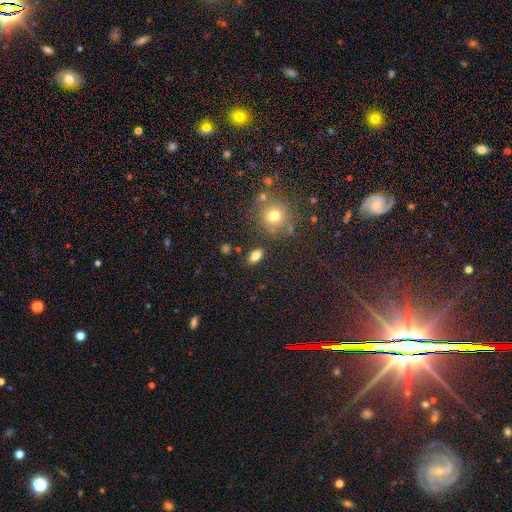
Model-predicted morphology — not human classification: smooth 80%, star or artifact 11%, featured or disk 9%. Down the decision tree: how rounded — in between (86%); merging — none (85%).